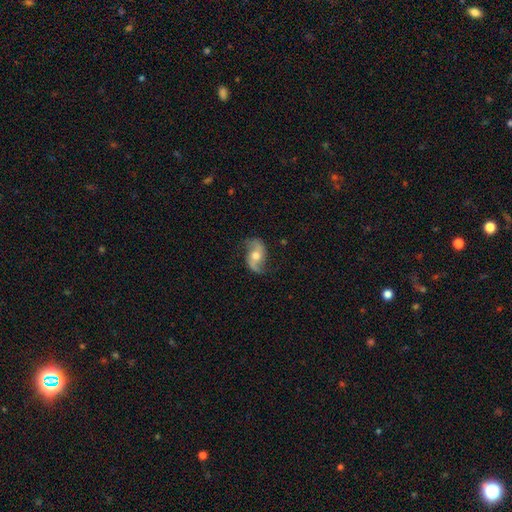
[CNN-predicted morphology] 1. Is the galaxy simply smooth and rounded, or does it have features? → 81% featured or disk, 13% smooth, 6% star or artifact.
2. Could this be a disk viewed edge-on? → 96% no, 4% yes.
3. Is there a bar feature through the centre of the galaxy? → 55% no, 34% weak, 11% strong.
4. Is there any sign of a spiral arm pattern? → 94% yes, 6% no.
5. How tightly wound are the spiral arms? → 66% loose, 27% medium, 7% tight.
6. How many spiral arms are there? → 93% 2, 2% can't tell, 2% 1, 1% 3, 1% 4, 1% more than 4.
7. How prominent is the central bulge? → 70% moderate, 16% small, 10% large, 2% none, 1% dominant.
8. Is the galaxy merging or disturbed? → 78% none, 15% minor disturbance, 6% major disturbance, 1% merger.